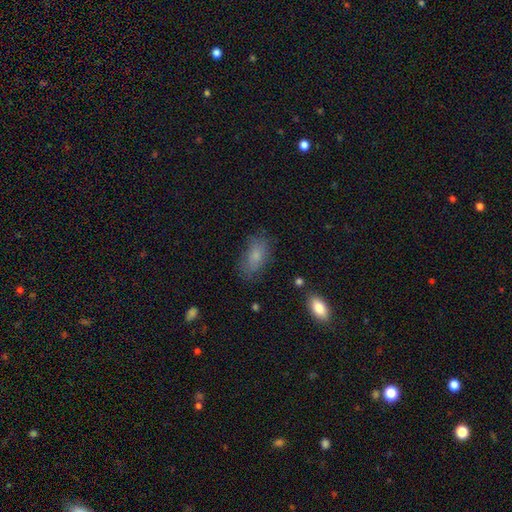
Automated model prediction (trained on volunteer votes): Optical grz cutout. It shows a smooth galaxy with no disk features (76%) that is in between round and cigar-shaped (90%). Merging: none (72%).